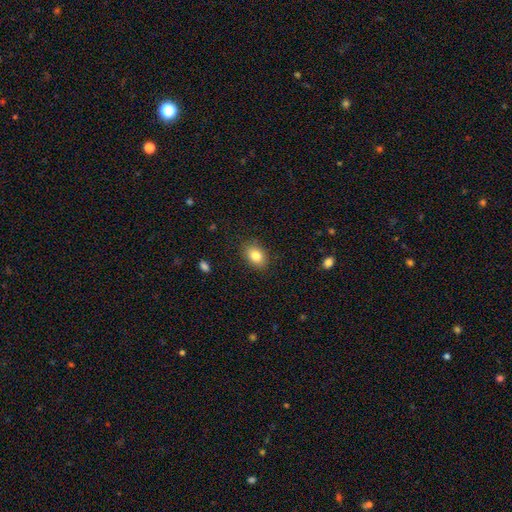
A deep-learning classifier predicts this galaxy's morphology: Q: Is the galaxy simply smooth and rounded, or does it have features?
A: smooth — 83%.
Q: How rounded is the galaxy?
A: in between — 72%.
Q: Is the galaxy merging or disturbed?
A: none — 86%.